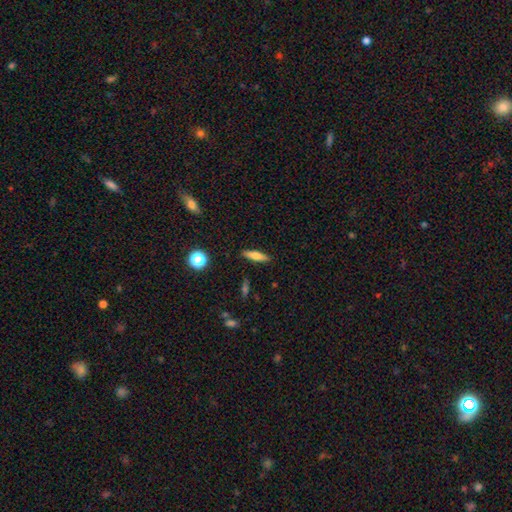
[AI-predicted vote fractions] This appears to be a smooth galaxy with no disk features (63%) that is cigar-shaped (65%). Merging: none (88%).